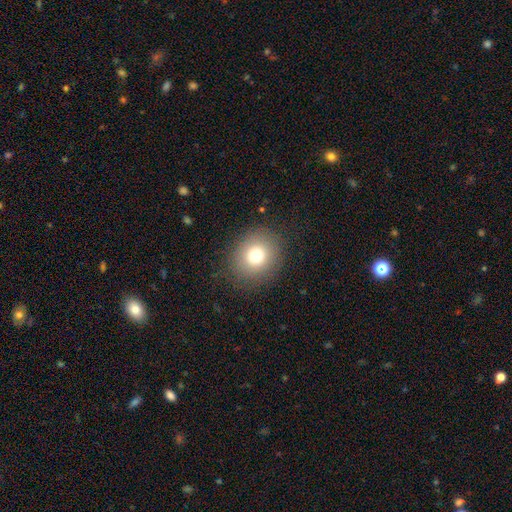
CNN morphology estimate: smooth_or_featured: smooth (p=0.75) [alt: star or artifact p=0.13]
how_rounded: round (p=0.76) [alt: in between p=0.23]
merging: none (p=0.86) [alt: minor disturbance p=0.09]